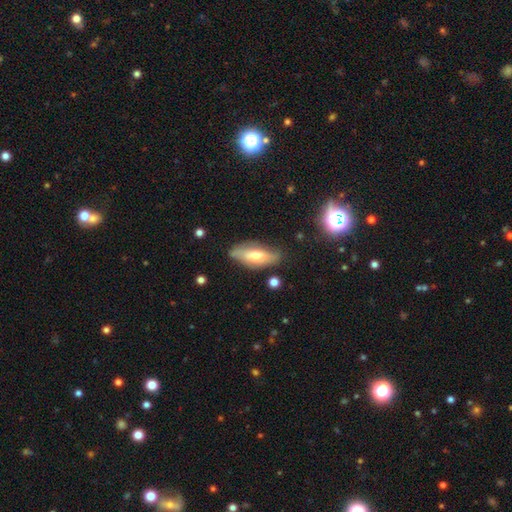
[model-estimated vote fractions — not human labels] Smooth or featured?
  - smooth: 53% *
  - featured or disk: 40%
  - star or artifact: 7%
How rounded?
  - in between: 65% *
  - cigar-shaped: 32%
  - round: 3%
Merging?
  - none: 71% *
  - minor disturbance: 21%
  - major disturbance: 5%
  - merger: 2%